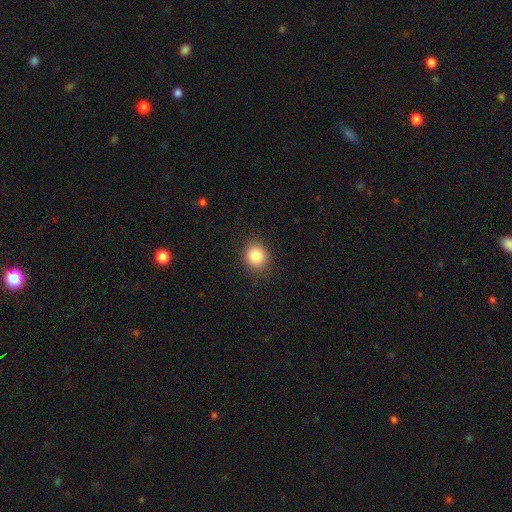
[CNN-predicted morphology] The model was most divided on "how rounded": round: 77%, in between: 22%, cigar-shaped: 1%. More confident: merging — none (87%); smooth or featured — smooth (86%).